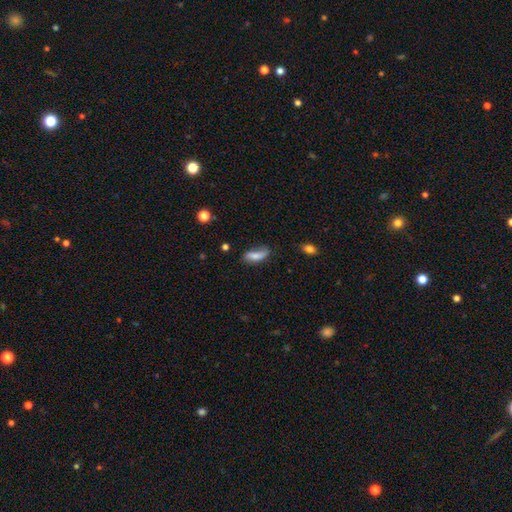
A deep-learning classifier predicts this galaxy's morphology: A smooth galaxy with no disk features (68%) that is in between round and cigar-shaped (68%).

Vote fractions:
- Smooth or featured? smooth: 68% / featured or disk: 24% / star or artifact: 9%
- How rounded? in between: 68% / cigar-shaped: 30% / round: 3%
- Merging? none: 50% / minor disturbance: 31% / major disturbance: 14% / merger: 5%